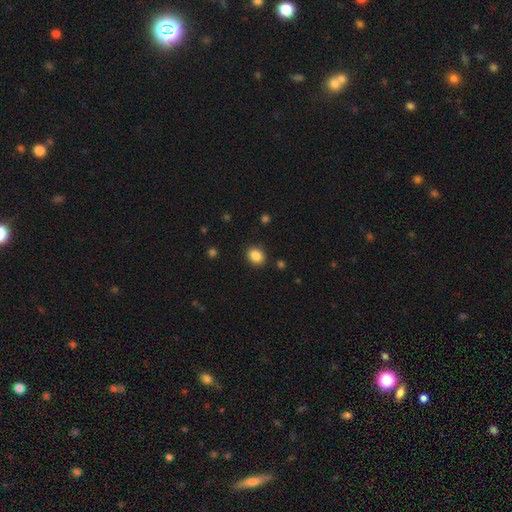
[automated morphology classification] type=smooth (86%); roundness=round (58%); merging=none (88%).